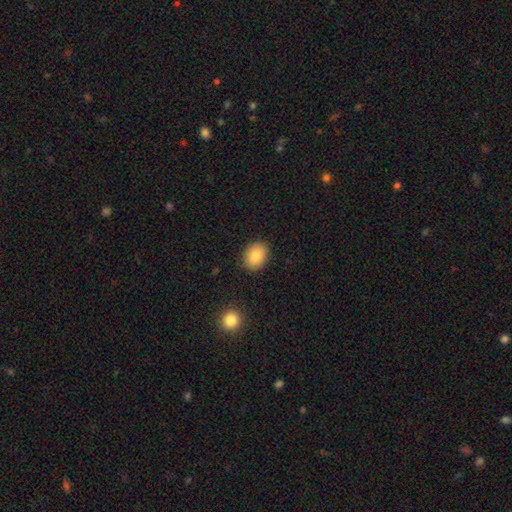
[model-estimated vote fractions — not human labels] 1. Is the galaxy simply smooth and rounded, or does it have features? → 87% smooth, 8% star or artifact, 6% featured or disk.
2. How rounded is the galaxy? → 65% in between, 34% round, 1% cigar-shaped.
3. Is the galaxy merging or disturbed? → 88% none, 8% minor disturbance, 2% major disturbance, 1% merger.